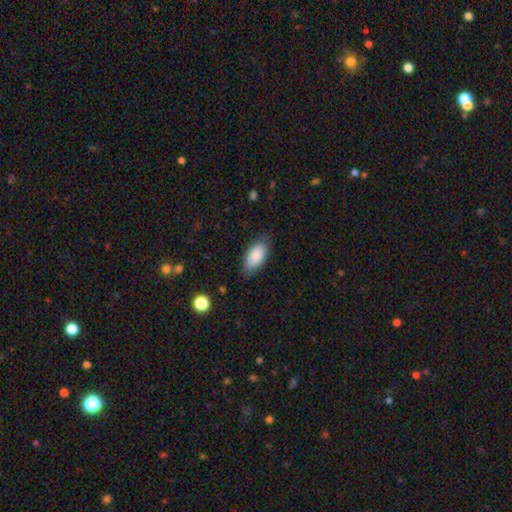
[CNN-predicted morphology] The model was most divided on "merging": none: 81%, minor disturbance: 14%, major disturbance: 3%, merger: 1%. More confident: how rounded — in between (93%); smooth or featured — smooth (88%).